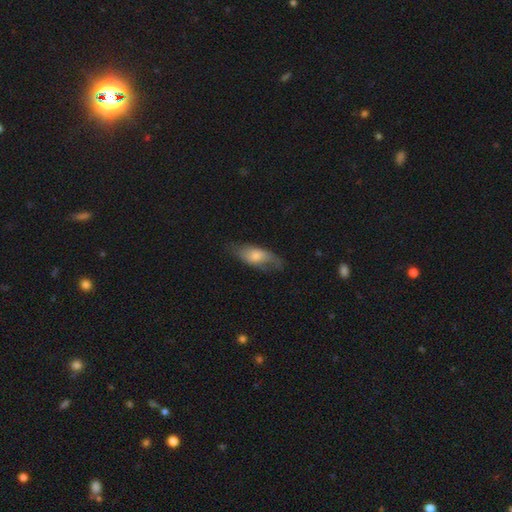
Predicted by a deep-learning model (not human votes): Smooth or featured? smooth (64%)
How rounded? in between (80%)
Merging? none (59%)